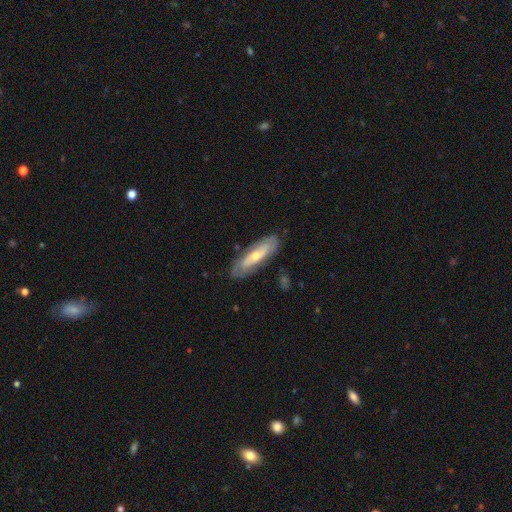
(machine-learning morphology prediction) The model was most divided on "smooth or featured": featured or disk: 59%, smooth: 36%, star or artifact: 6%. More confident: merging — none (79%); edge-on disk — no (69%).